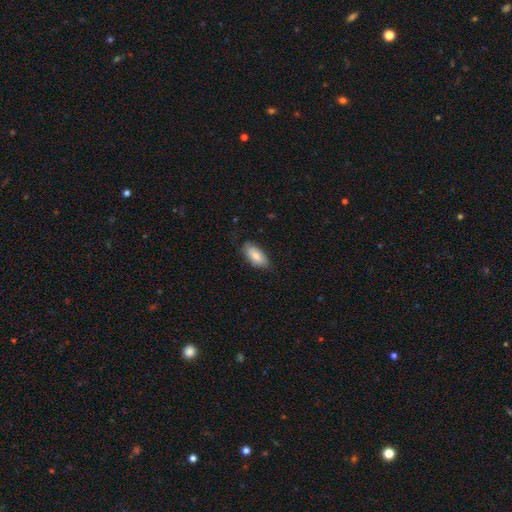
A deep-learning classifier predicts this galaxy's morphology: smooth-or-featured: smooth: 82% | featured or disk: 12% | star or artifact: 6%
  how-rounded: in between: 88% | cigar-shaped: 10% | round: 2%
  merging: none: 74% | minor disturbance: 21% | major disturbance: 4% | merger: 1%